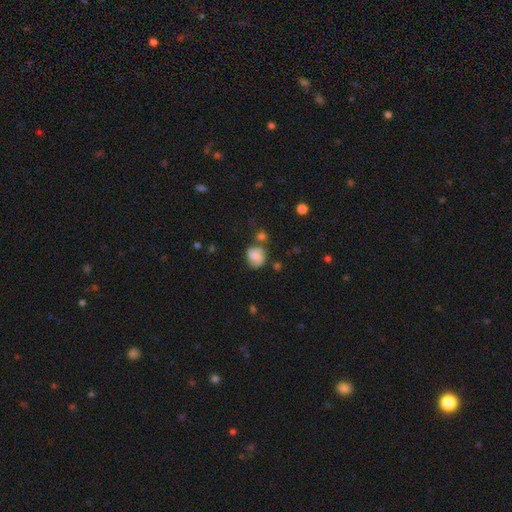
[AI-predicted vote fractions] smooth-or-featured: featured or disk: 48% | smooth: 42% | star or artifact: 10%
  merging: none: 51% | minor disturbance: 23% | merger: 14% | major disturbance: 12%